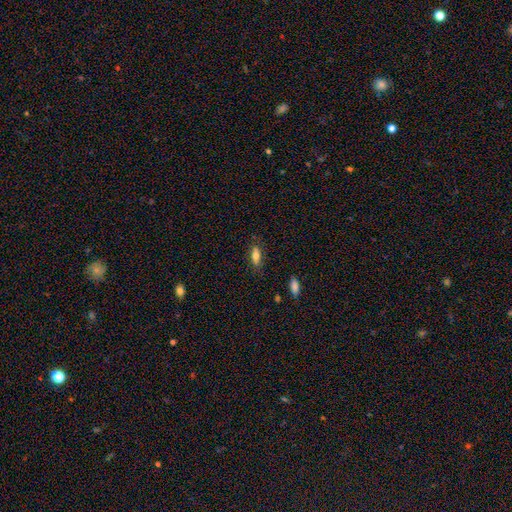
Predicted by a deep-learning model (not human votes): Morphology: type=smooth (73%); roundness=in between (73%); merging=none (78%).